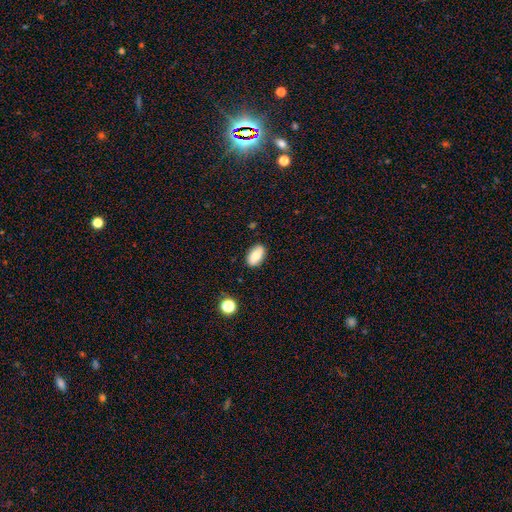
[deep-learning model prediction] smooth_or_featured: smooth (p=0.81) [alt: featured or disk p=0.11]
how_rounded: in between (p=0.92) [alt: round p=0.05]
merging: none (p=0.86) [alt: minor disturbance p=0.11]